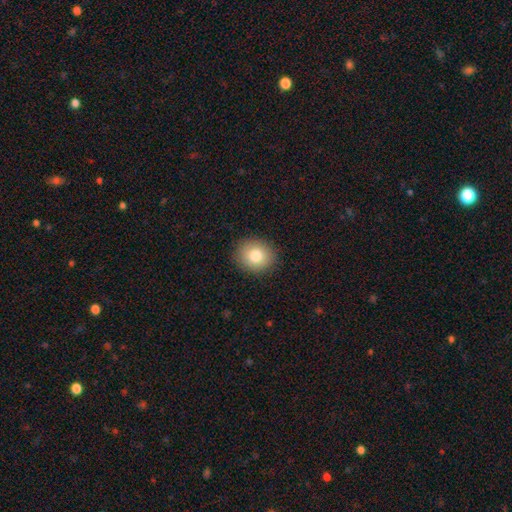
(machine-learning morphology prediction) smooth 81%, featured or disk 10%, star or artifact 9%. Down the decision tree: how rounded — round (72%); merging — none (90%).